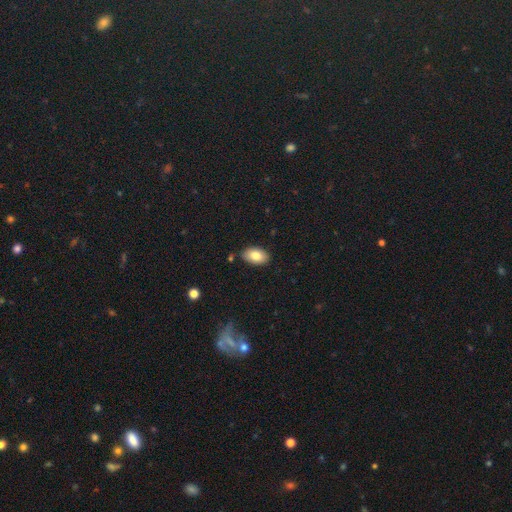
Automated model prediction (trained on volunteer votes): Smooth or featured? smooth (82%)
How rounded? in between (93%)
Merging? none (85%)